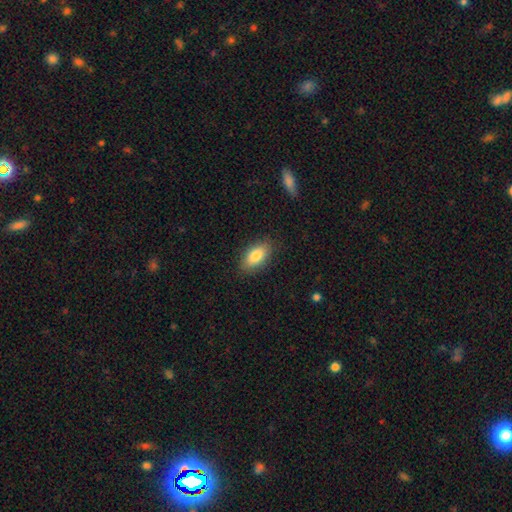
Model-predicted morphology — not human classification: This is clearly a smooth galaxy (84%). How rounded: clearly in between (90%). Merging: clearly none (86%).